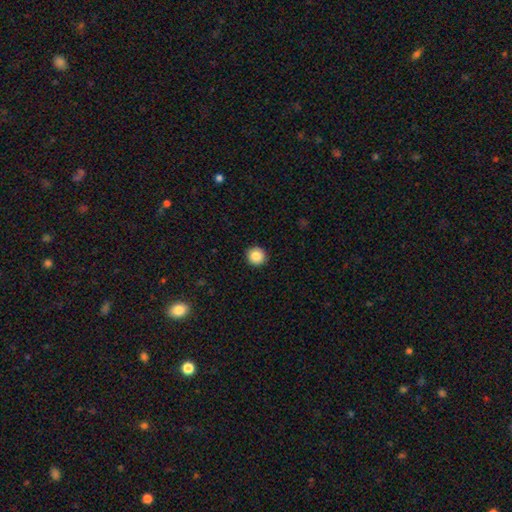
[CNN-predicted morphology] Smooth or featured? Predicted: smooth (p=0.85). How rounded? Predicted: round (p=0.95). Merging? Predicted: none (p=0.93).